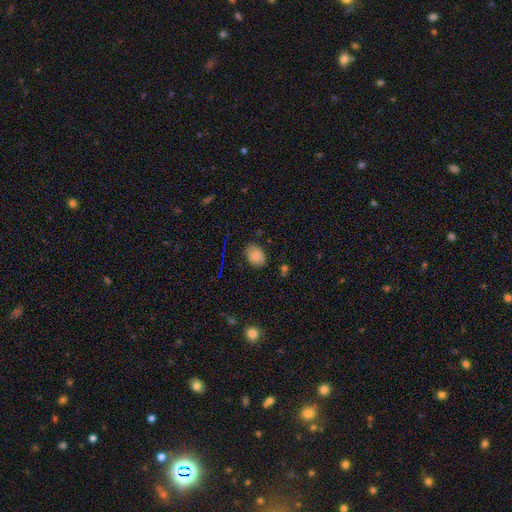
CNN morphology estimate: A smooth galaxy with no disk features (77%) that is in between round and cigar-shaped (73%). Merging: none (76%).